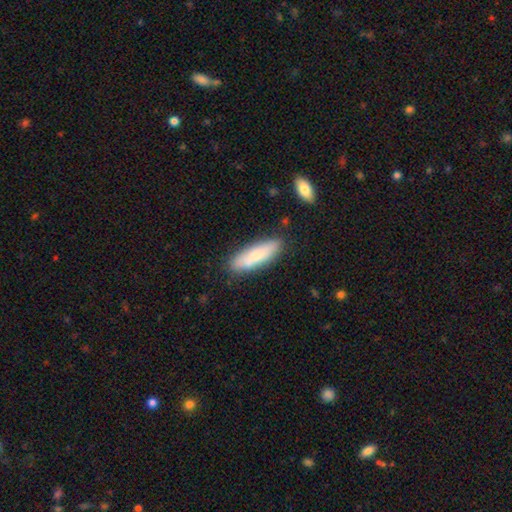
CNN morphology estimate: smooth-or-featured: smooth: 76% | featured or disk: 18% | star or artifact: 6%
  how-rounded: cigar-shaped: 57% | in between: 42% | round: 2%
  merging: none: 81% | minor disturbance: 14% | merger: 3% | major disturbance: 3%